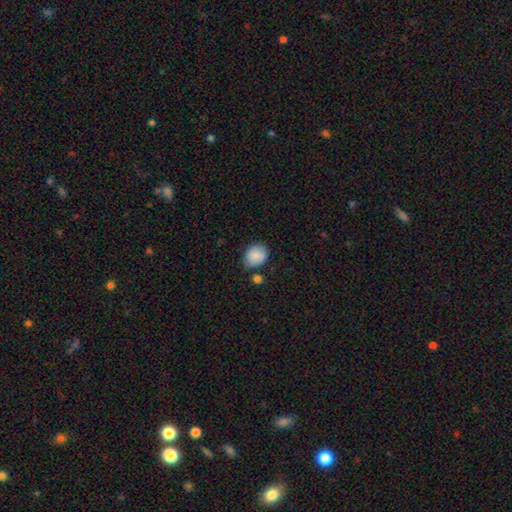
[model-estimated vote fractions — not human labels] This appears to be a smooth galaxy with no disk features (87%) that is round (53%). Merging: none (70%).